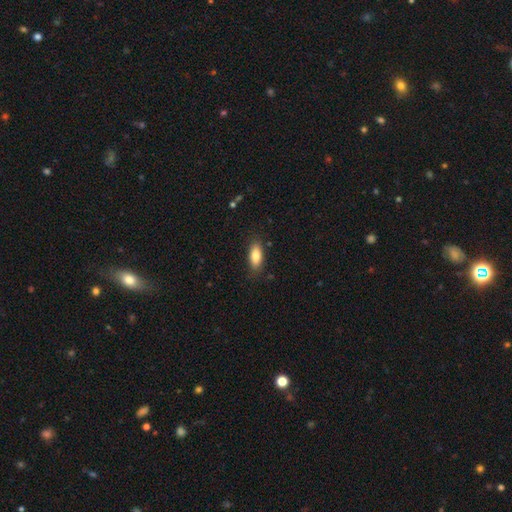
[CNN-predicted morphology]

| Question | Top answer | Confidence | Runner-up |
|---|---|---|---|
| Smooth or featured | smooth | 82% | featured or disk (11%) |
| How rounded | in between | 84% | cigar-shaped (13%) |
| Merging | none | 83% | minor disturbance (13%) |